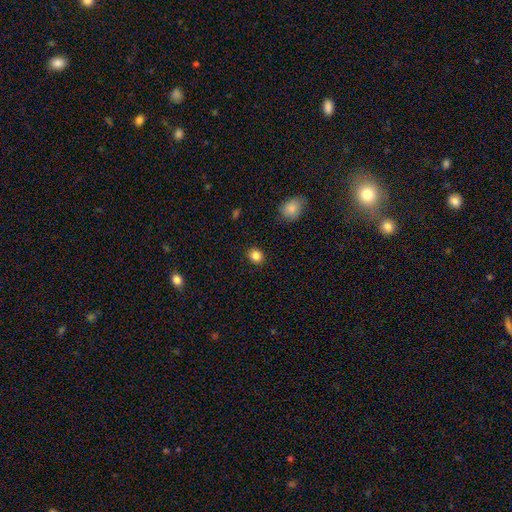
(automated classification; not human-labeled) The model was most divided on "how rounded": round: 81%, in between: 18%, cigar-shaped: 1%. More confident: merging — none (90%); smooth or featured — smooth (85%).